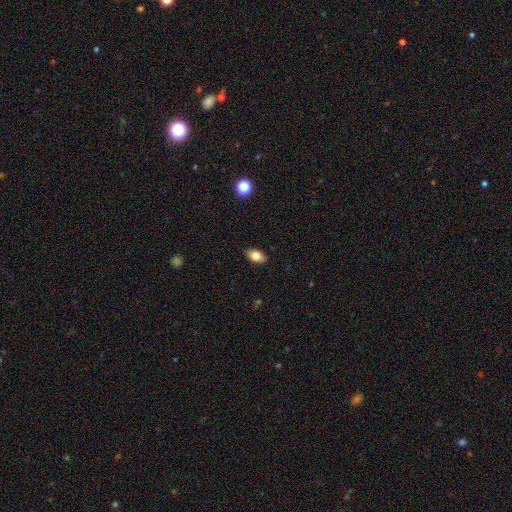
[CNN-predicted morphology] smooth_or_featured: smooth (p=0.81) [alt: featured or disk p=0.11]
how_rounded: in between (p=0.89) [alt: round p=0.09]
merging: none (p=0.87) [alt: minor disturbance p=0.10]